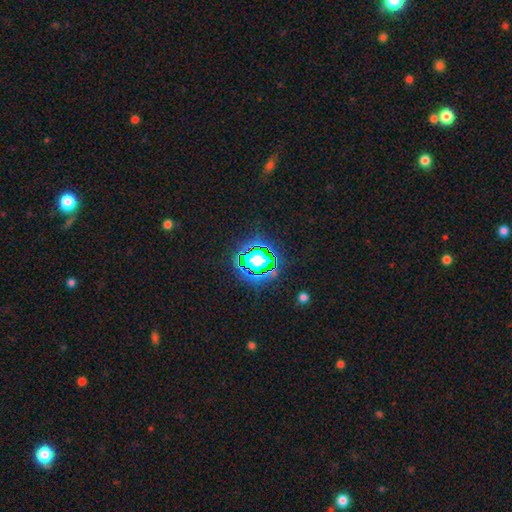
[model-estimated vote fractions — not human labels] A star or artifact, not a galaxy (65%).